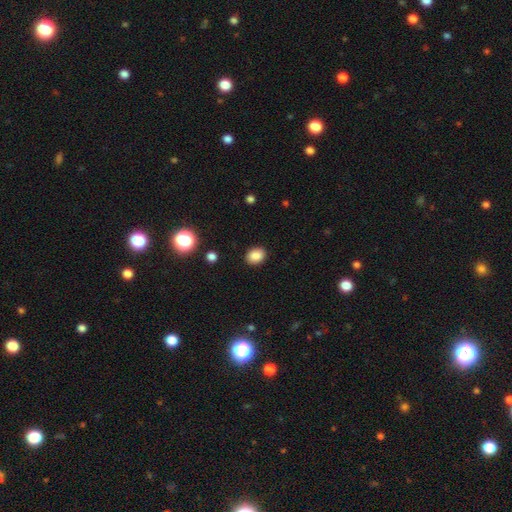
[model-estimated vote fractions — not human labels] This appears to be a smooth galaxy with no disk features (86%) that is in between round and cigar-shaped (60%). Merging: none (89%).